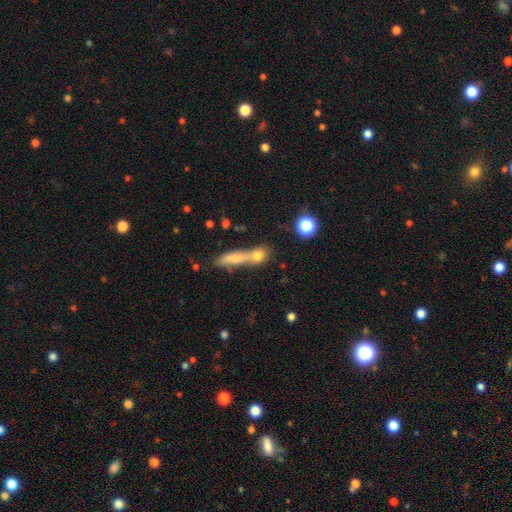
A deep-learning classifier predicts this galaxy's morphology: Smooth or featured? Predicted: smooth (p=0.59). How rounded? Predicted: cigar-shaped (p=0.59). Merging? Predicted: none (p=0.45).